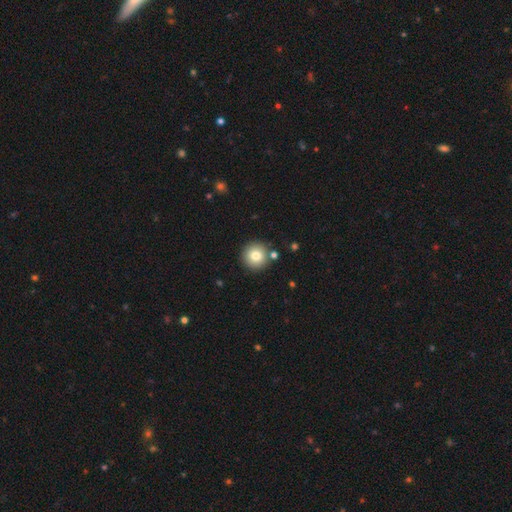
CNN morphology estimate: Smooth or featured? Predicted: smooth (p=0.79). How rounded? Predicted: round (p=0.96). Merging? Predicted: none (p=0.86).